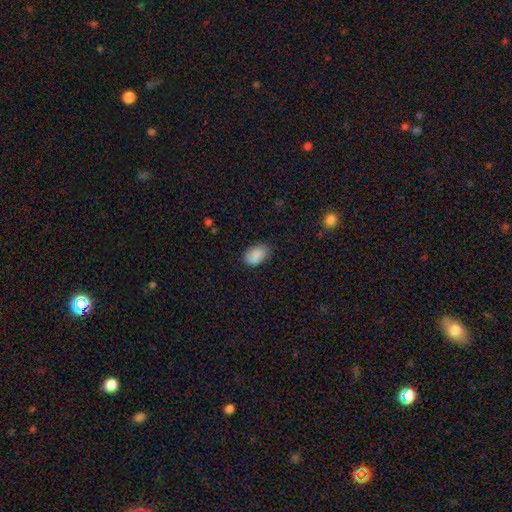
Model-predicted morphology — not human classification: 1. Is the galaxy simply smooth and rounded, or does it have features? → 86% smooth, 7% star or artifact, 6% featured or disk.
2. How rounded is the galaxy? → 89% in between, 9% round, 1% cigar-shaped.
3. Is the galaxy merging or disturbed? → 74% none, 21% minor disturbance, 4% major disturbance, 1% merger.